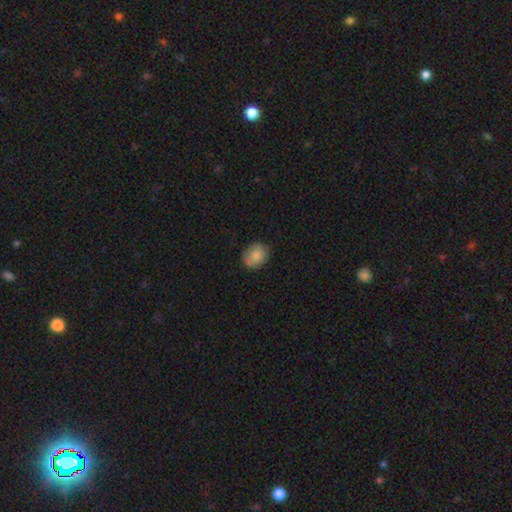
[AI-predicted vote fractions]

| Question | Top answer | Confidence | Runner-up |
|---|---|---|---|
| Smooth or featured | smooth | 80% | featured or disk (13%) |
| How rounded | round | 54% | in between (45%) |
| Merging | none | 77% | minor disturbance (18%) |